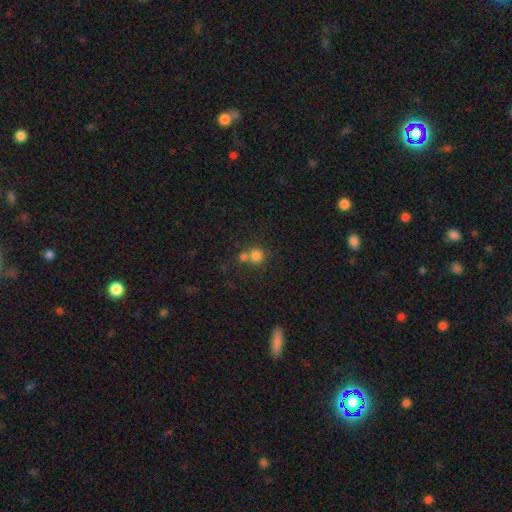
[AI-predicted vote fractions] smooth-or-featured: smooth: 80% | star or artifact: 12% | featured or disk: 8%
  how-rounded: round: 89% | in between: 10% | cigar-shaped: 1%
  merging: none: 51% | merger: 38% | minor disturbance: 8% | major disturbance: 4%